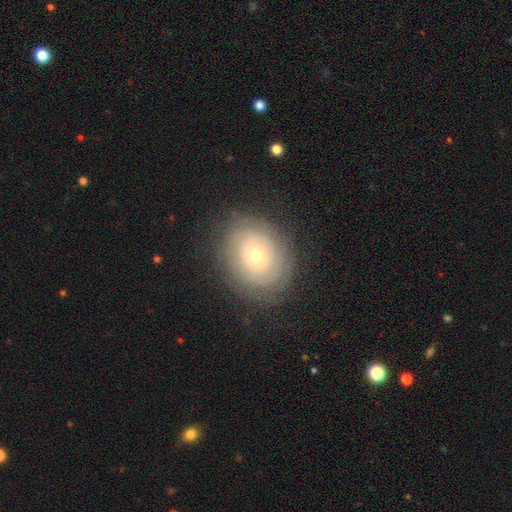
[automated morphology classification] Q: Smooth or featured?
A: featured or disk (56%); runner-up: smooth (36%)
Q: Edge-on disk?
A: no (96%); runner-up: yes (4%)
Q: Bar?
A: no (84%); runner-up: weak (13%)
Q: Spiral arms?
A: yes (70%); runner-up: no (30%)
Q: Bulge size?
A: small (59%); runner-up: moderate (35%)
Q: Merging?
A: none (80%); runner-up: minor disturbance (13%)